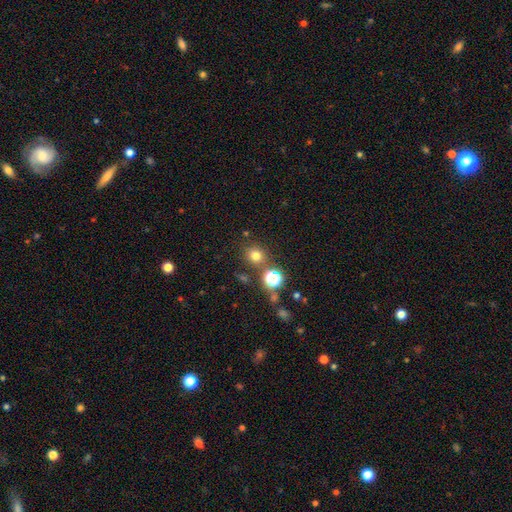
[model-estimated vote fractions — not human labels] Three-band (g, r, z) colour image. It shows a smooth galaxy with no disk features (73%) that is round (84%). Merging: none (79%).